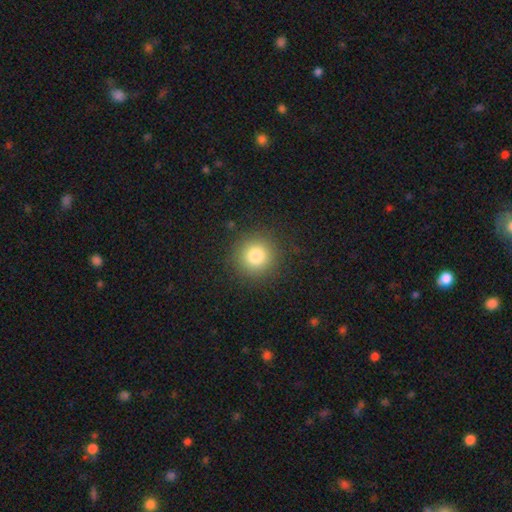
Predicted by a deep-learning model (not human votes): Morphology: type=smooth (81%); roundness=round (94%); merging=none (89%).